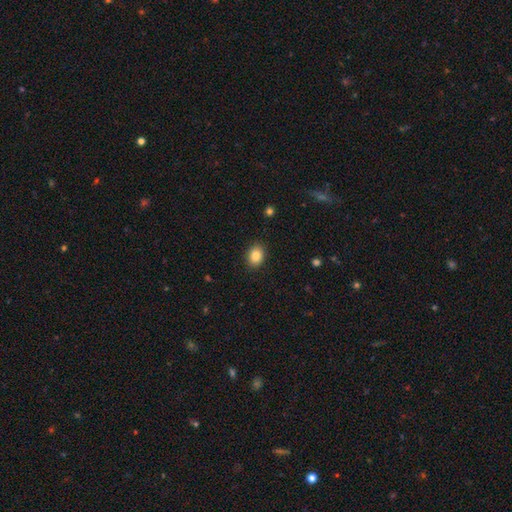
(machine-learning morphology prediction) The model was most divided on "how rounded": in between: 63%, round: 37%, cigar-shaped: 1%. More confident: merging — none (88%); smooth or featured — smooth (86%).